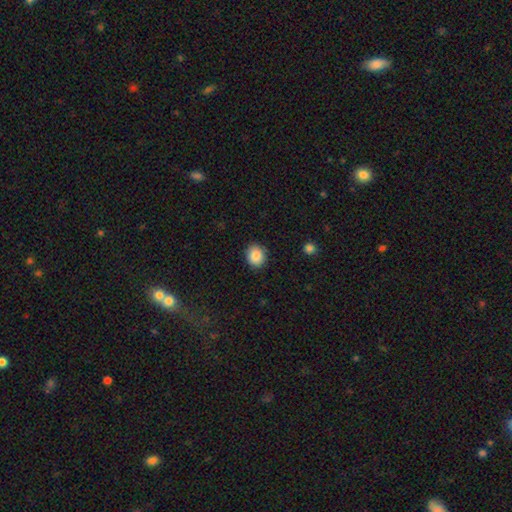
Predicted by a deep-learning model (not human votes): Smooth or featured?
  - smooth: 86% *
  - star or artifact: 9%
  - featured or disk: 5%
How rounded?
  - round: 75% *
  - in between: 24%
  - cigar-shaped: 1%
Merging?
  - none: 89% *
  - minor disturbance: 8%
  - major disturbance: 2%
  - merger: 1%